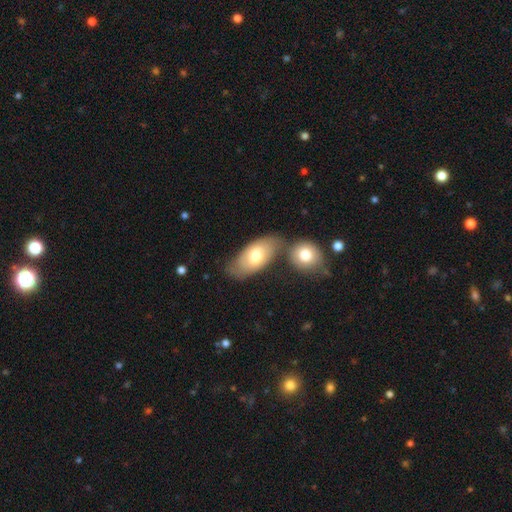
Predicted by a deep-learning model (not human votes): This appears to be a smooth galaxy with no disk features (68%) that is in between round and cigar-shaped (92%). Merging: none (48%).